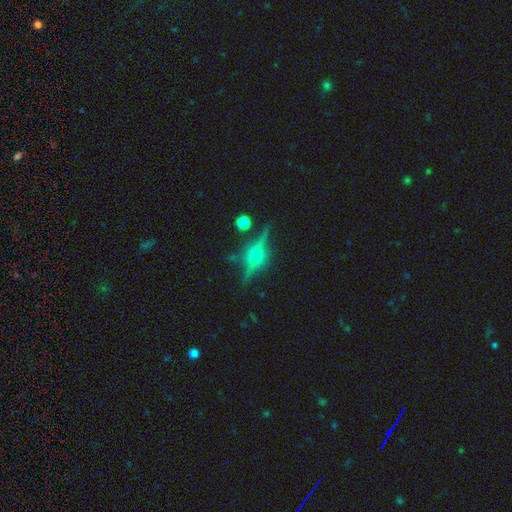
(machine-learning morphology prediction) Smooth or featured? Predicted: featured or disk (p=0.79). Edge-on disk? Predicted: yes (p=0.96). Edge-on bulge? Predicted: rounded (p=0.90). Merging? Predicted: none (p=0.82).